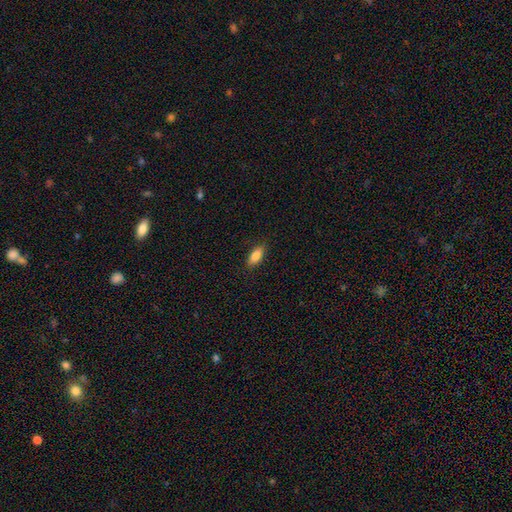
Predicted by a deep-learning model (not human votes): Morphology: type=smooth (86%); roundness=in between (82%); merging=none (86%).